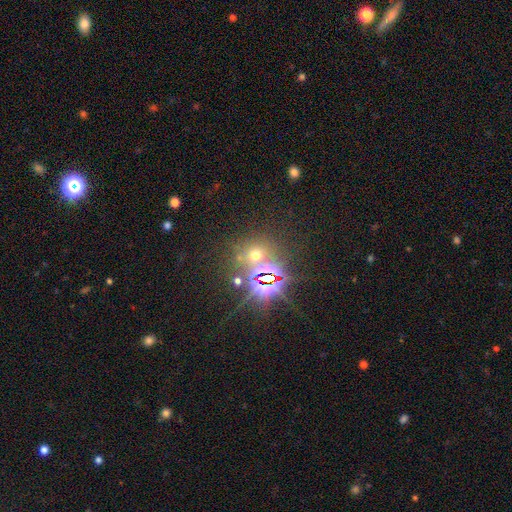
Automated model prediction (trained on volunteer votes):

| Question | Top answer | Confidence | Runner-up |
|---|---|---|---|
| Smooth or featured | star or artifact | 52% | smooth (39%) |